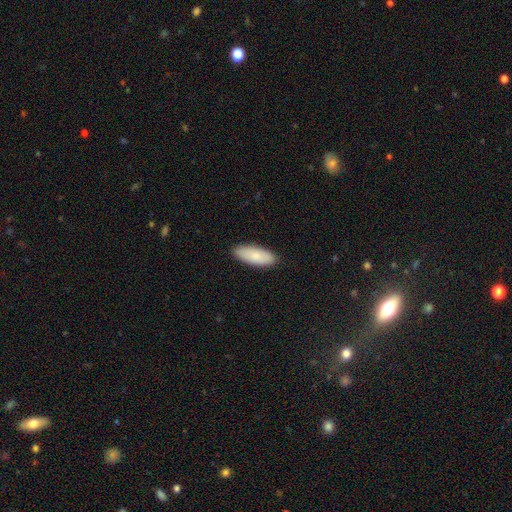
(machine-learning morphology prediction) A smooth galaxy with no disk features (85%) that is in between round and cigar-shaped (76%).

Vote fractions:
- Smooth or featured? smooth: 85% / featured or disk: 9% / star or artifact: 5%
- How rounded? in between: 76% / cigar-shaped: 22% / round: 2%
- Merging? none: 89% / minor disturbance: 8% / major disturbance: 2% / merger: 1%